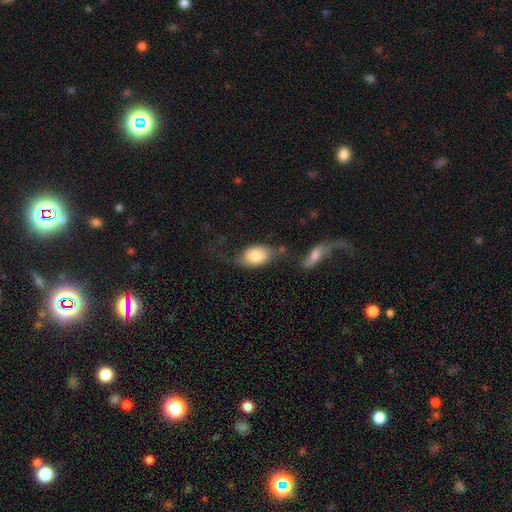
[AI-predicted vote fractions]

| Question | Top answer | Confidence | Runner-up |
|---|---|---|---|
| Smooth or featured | smooth | 73% | featured or disk (21%) |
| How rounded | in between | 90% | round (8%) |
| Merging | none | 36% | minor disturbance (23%) |